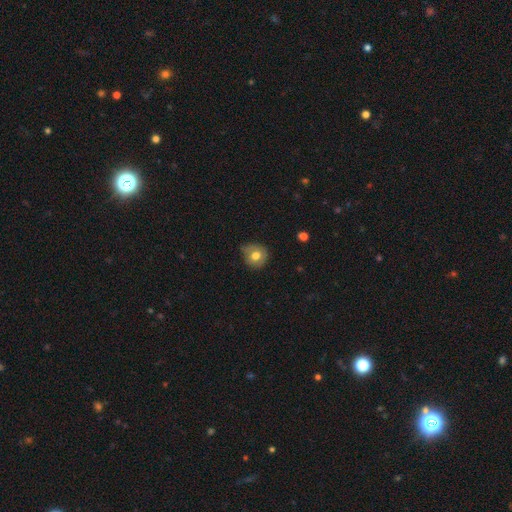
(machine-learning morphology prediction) smooth 72%, featured or disk 19%, star or artifact 9%. Down the decision tree: how rounded — round (84%); merging — none (65%).